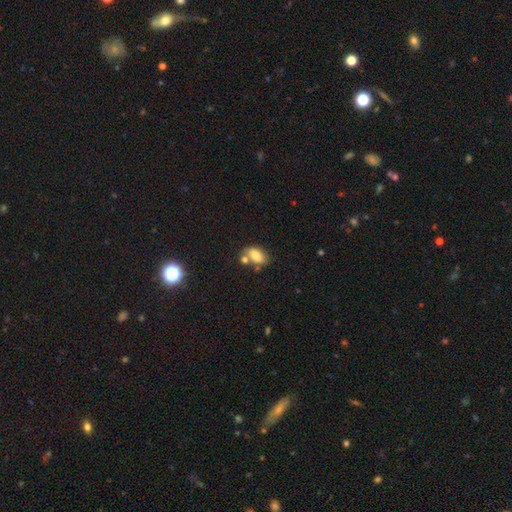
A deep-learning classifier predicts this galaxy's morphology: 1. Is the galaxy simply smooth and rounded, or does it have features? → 76% smooth, 14% featured or disk, 10% star or artifact.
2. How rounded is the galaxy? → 88% in between, 8% round, 4% cigar-shaped.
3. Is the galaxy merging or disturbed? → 50% none, 26% merger, 18% minor disturbance, 6% major disturbance.